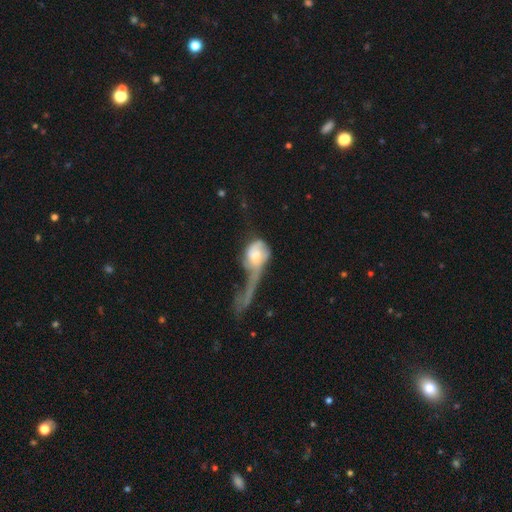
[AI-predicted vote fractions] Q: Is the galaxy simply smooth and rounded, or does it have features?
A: smooth — 51%.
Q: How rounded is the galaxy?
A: in between — 48%, tied with round.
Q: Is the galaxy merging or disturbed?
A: major disturbance — 64%.